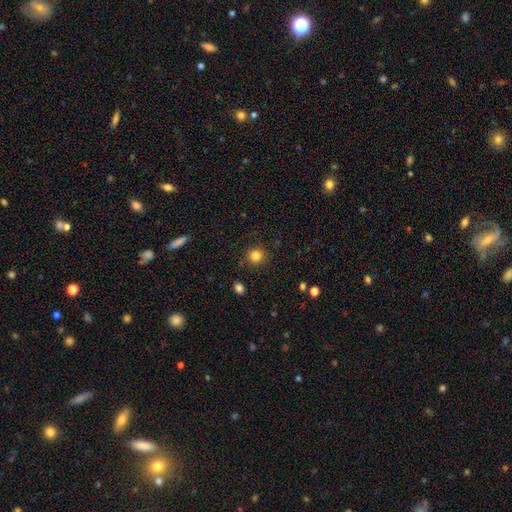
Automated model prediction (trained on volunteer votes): This is clearly a smooth galaxy (83%). How rounded: clearly round (92%). Merging: clearly none (88%).